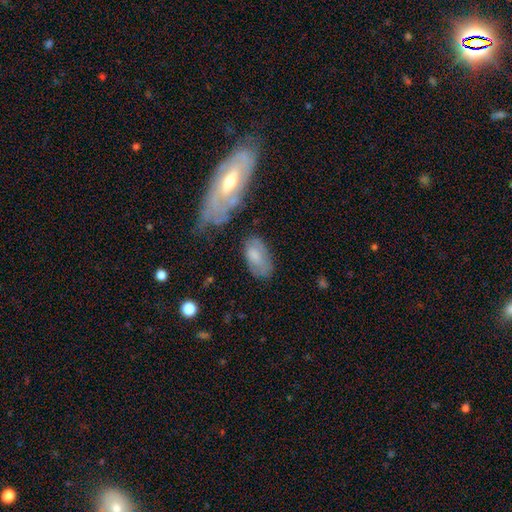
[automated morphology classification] smooth-or-featured: smooth: 68% | featured or disk: 25% | star or artifact: 7%
  how-rounded: in between: 93% | round: 4% | cigar-shaped: 4%
  merging: none: 59% | minor disturbance: 25% | major disturbance: 10% | merger: 6%